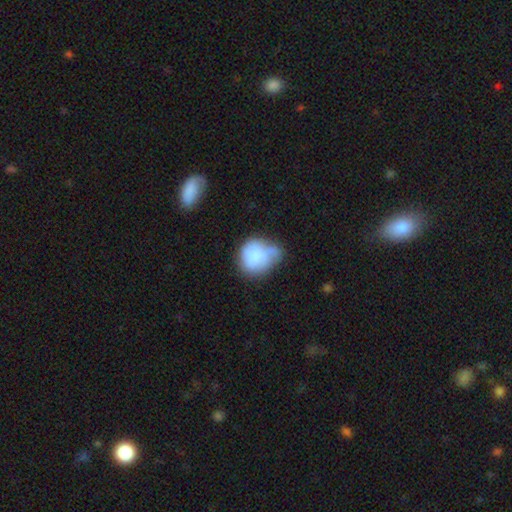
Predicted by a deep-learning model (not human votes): Overall: smooth (76%). How rounded: round (62%; in between 37%). Merging: minor disturbance (35%; none 29%).